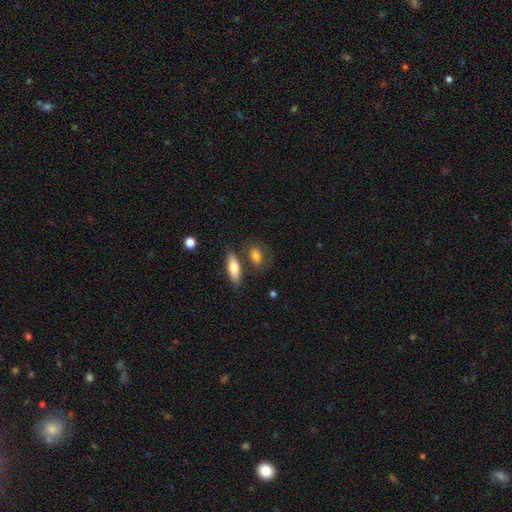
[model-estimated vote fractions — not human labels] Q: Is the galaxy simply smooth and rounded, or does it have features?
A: smooth — 78%.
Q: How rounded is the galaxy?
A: in between — 75%.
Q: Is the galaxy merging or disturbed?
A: none — 62%.